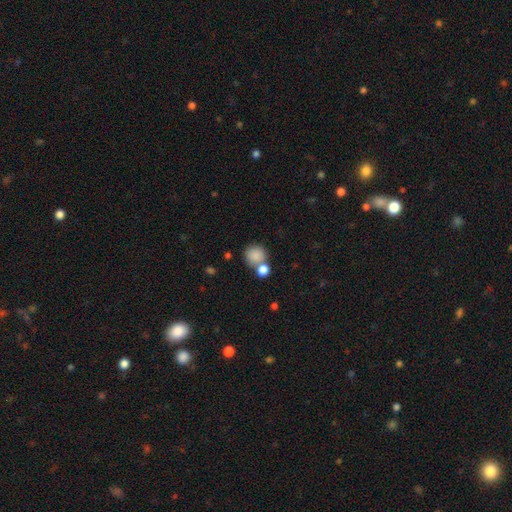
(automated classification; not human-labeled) This is clearly a smooth galaxy (84%). How rounded: clearly round (84%). Merging: possibly none (53%).